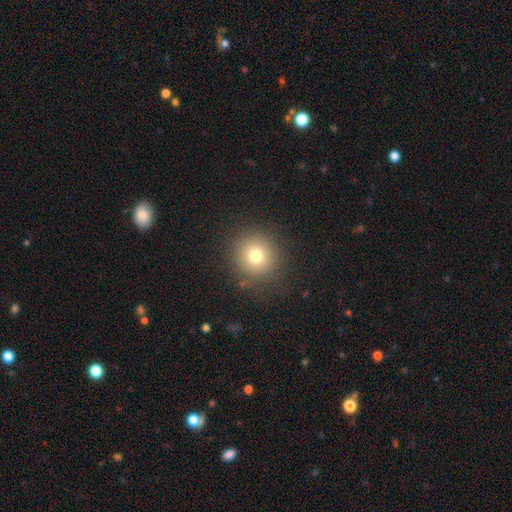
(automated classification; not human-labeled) Morphology: type=smooth (75%); roundness=round (93%); merging=none (87%).